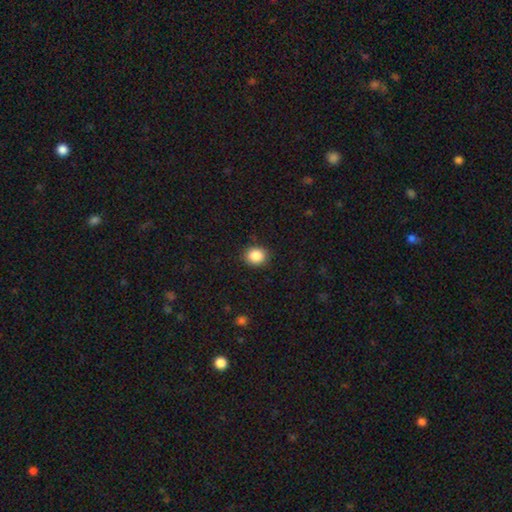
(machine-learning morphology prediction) Smooth or featured?
  - smooth: 87% *
  - star or artifact: 9%
  - featured or disk: 4%
How rounded?
  - round: 75% *
  - in between: 24%
  - cigar-shaped: 1%
Merging?
  - none: 89% *
  - minor disturbance: 8%
  - major disturbance: 2%
  - merger: 1%